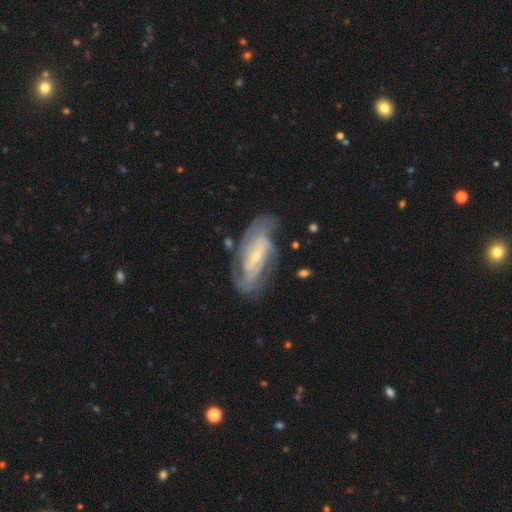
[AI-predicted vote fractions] This is clearly a featured or disk galaxy (85%). It is clearly not viewed edge-on (93%). Bar: marginally weak (38%). Spiral arm pattern: clearly yes (93%). Spiral arm count: marginally 2 (43%). Spiral winding: possibly tight (52%). Central bulge: likely small (73%). Merging: likely none (69%).